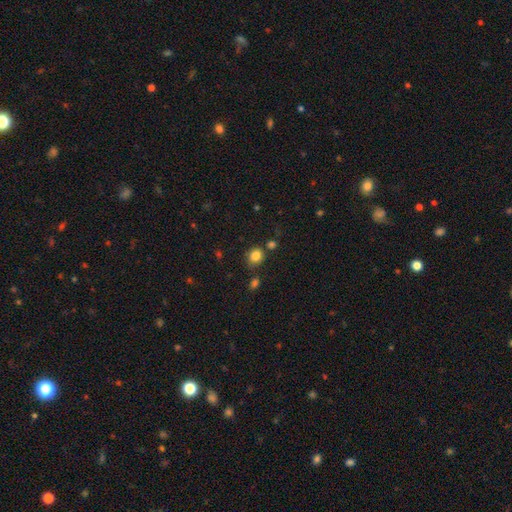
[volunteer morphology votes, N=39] A smooth galaxy with no disk features (85%) that is round (52%). Merging: none (70%).